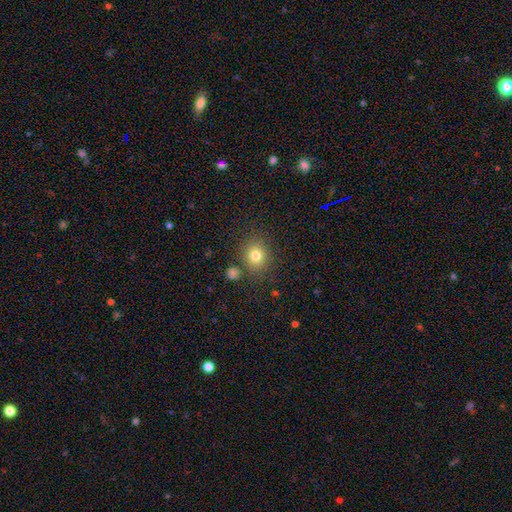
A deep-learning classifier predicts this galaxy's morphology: Smooth or featured? smooth (78%)
How rounded? round (76%)
Merging? none (82%)